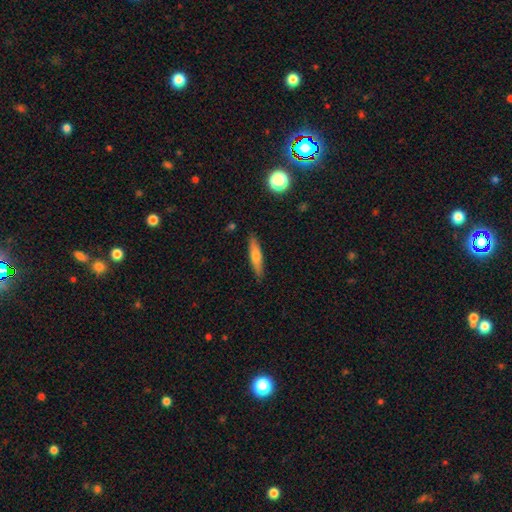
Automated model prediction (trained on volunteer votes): This appears to be a smooth galaxy with no disk features (57%) that is cigar-shaped (83%). Merging: none (88%).